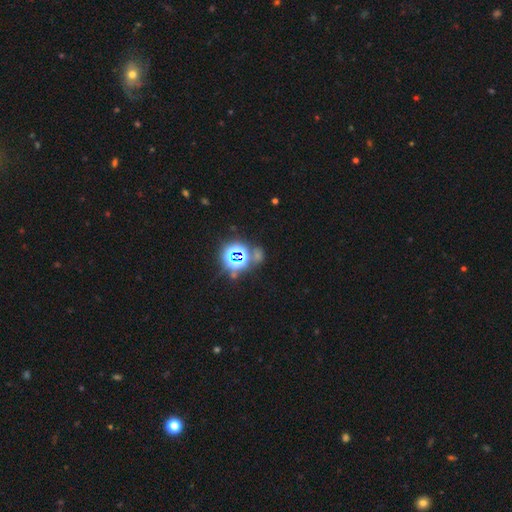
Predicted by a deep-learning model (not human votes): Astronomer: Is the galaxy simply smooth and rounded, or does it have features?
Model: star or artifact — 76%.